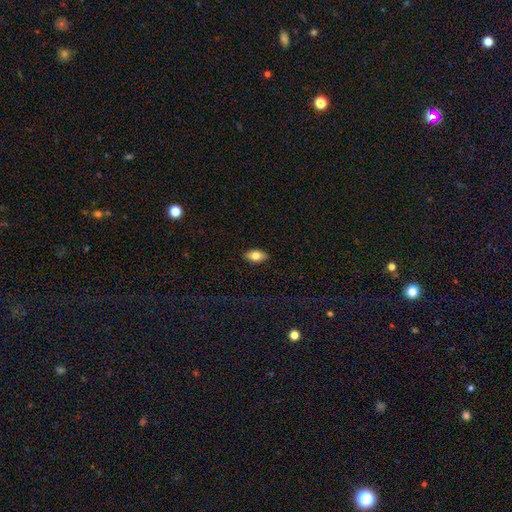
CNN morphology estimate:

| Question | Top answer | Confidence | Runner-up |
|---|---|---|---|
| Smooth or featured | smooth | 77% | featured or disk (16%) |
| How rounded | in between | 91% | cigar-shaped (5%) |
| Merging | none | 89% | minor disturbance (8%) |